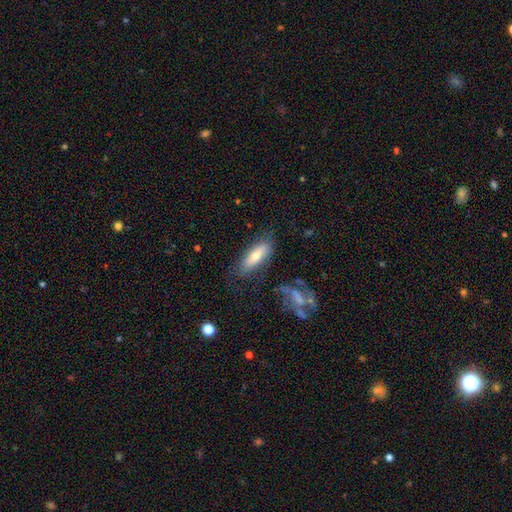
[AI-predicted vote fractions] Smooth or featured?
  - smooth: 62% *
  - featured or disk: 31%
  - star or artifact: 7%
How rounded?
  - in between: 55% *
  - cigar-shaped: 43%
  - round: 2%
Merging?
  - none: 73% *
  - minor disturbance: 17%
  - major disturbance: 6%
  - merger: 4%